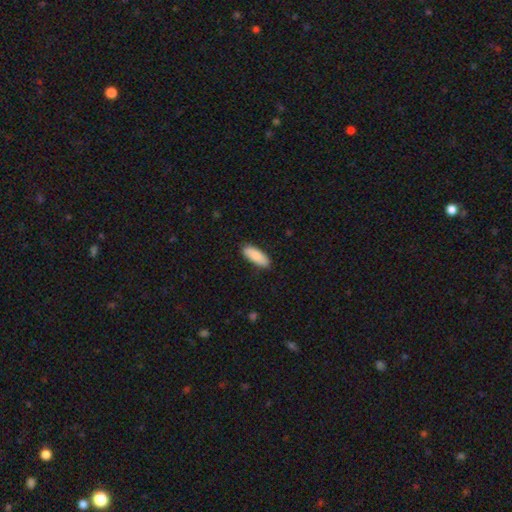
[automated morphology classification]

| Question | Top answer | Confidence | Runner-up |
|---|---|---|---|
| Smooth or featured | smooth | 87% | featured or disk (8%) |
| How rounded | in between | 69% | cigar-shaped (29%) |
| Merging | none | 88% | minor disturbance (10%) |